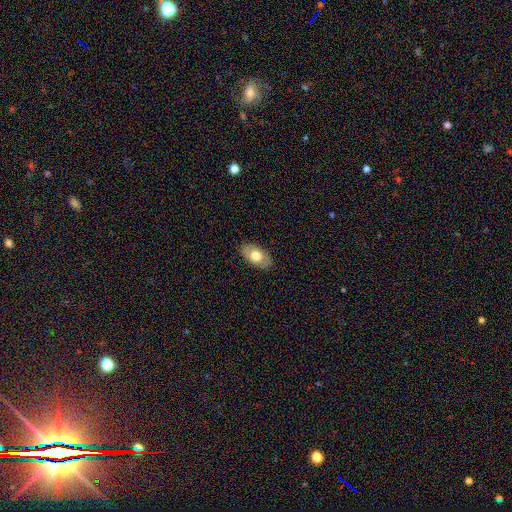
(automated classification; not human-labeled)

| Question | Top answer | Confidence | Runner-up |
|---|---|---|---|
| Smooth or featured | smooth | 62% | featured or disk (32%) |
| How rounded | in between | 91% | round (7%) |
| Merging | none | 85% | minor disturbance (11%) |